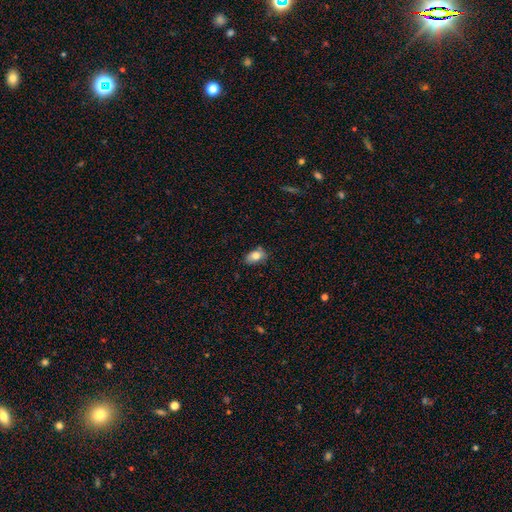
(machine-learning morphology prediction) smooth 80%, featured or disk 13%, star or artifact 8%. Down the decision tree: how rounded — in between (89%); merging — none (77%).